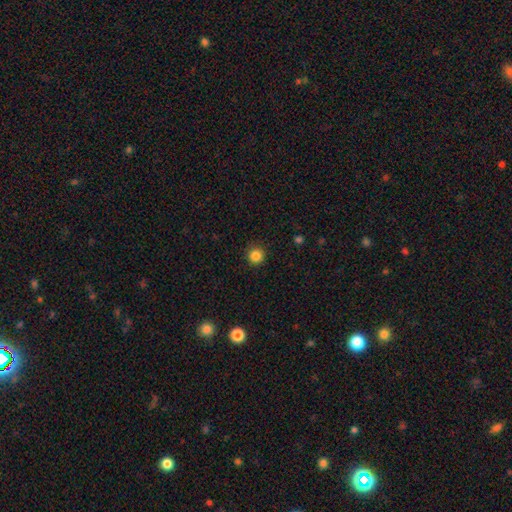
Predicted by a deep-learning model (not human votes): Morphology: type=smooth (84%); roundness=round (95%); merging=none (90%).